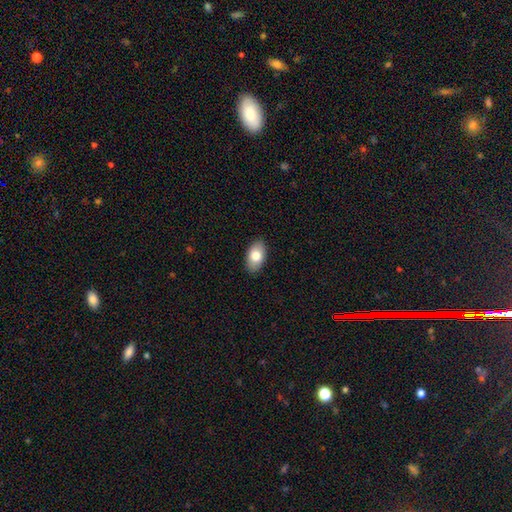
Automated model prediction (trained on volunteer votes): smooth-or-featured: smooth: 80% | featured or disk: 14% | star or artifact: 7%
  how-rounded: in between: 93% | round: 5% | cigar-shaped: 2%
  merging: none: 89% | minor disturbance: 9% | major disturbance: 2% | merger: 1%